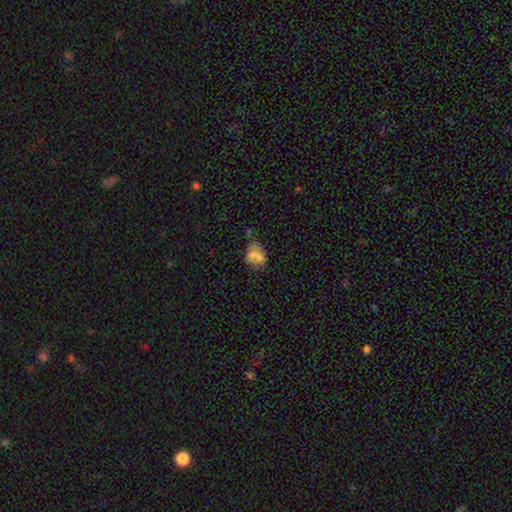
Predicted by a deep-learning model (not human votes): Smooth or featured? Predicted: smooth (p=0.64). How rounded? Predicted: in between (p=0.61). Merging? Predicted: merger (p=0.35, tied with none).